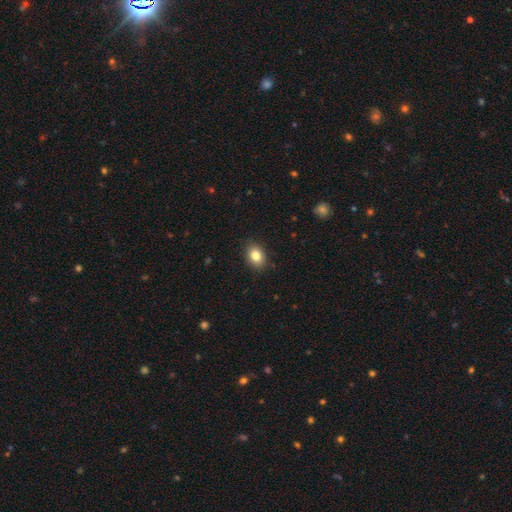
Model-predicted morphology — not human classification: smooth 83%, star or artifact 9%, featured or disk 7%. Down the decision tree: how rounded — in between (67%); merging — none (87%).